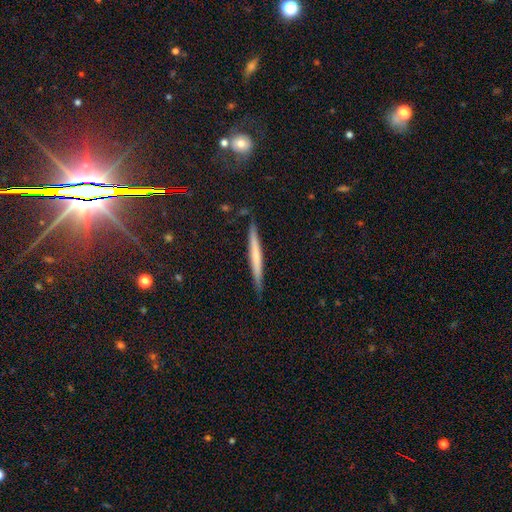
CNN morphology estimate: type=smooth (50%); roundness=cigar-shaped (96%); merging=none (88%).